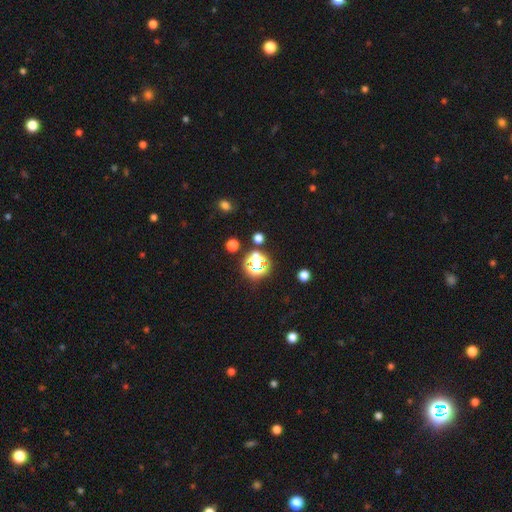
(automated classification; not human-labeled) Q: Smooth or featured?
A: star or artifact (58%); runner-up: smooth (33%)